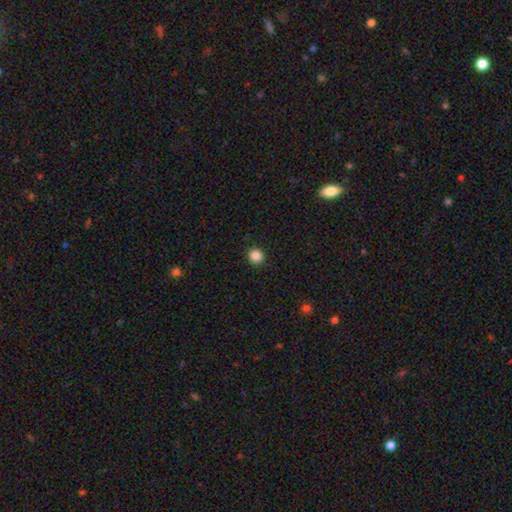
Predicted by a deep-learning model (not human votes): Smooth or featured? smooth (86%)
How rounded? round (92%)
Merging? none (93%)